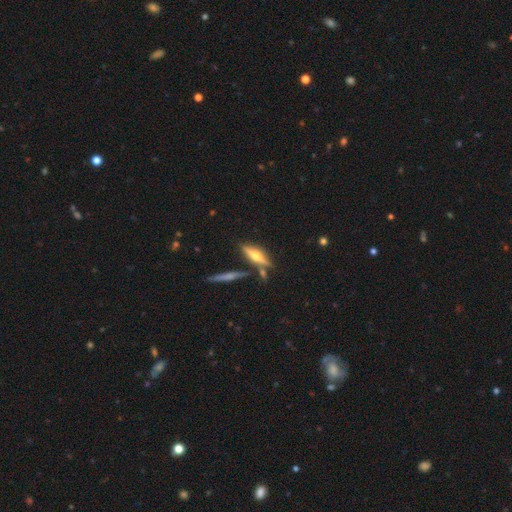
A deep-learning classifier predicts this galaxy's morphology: featured or disk 61%, smooth 30%, star or artifact 8%. Down the decision tree: edge-on disk — yes (93%); edge-on bulge — rounded (93%); merging — none (73%).